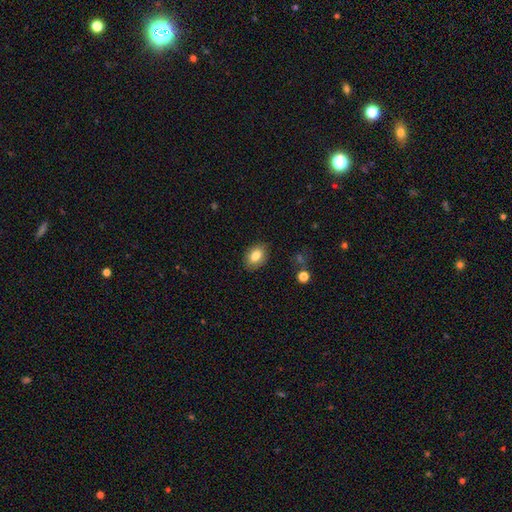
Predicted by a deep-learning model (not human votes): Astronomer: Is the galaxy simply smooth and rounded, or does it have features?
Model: smooth — 83%.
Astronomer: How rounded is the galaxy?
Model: in between — 82%.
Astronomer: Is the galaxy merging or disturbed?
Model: none — 86%.